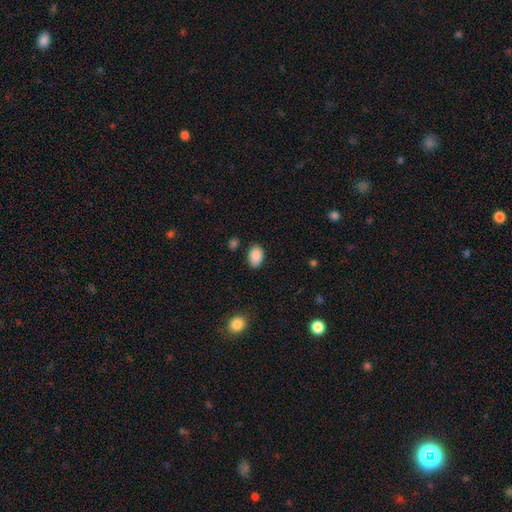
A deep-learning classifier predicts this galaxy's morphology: A smooth galaxy with no disk features (89%) that is in between round and cigar-shaped (87%). Merging: none (80%).